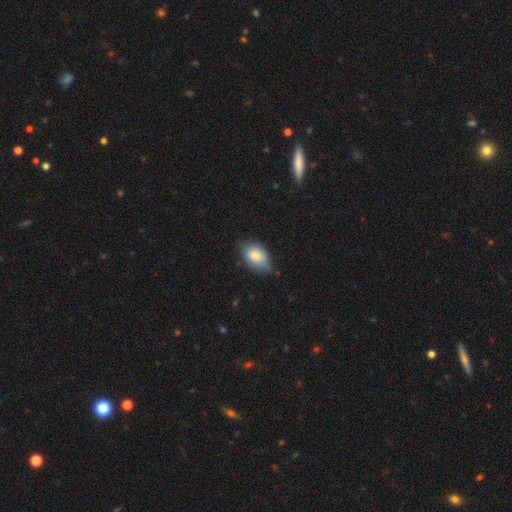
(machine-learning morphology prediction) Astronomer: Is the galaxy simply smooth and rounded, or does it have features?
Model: smooth — 84%.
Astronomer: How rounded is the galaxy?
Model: in between — 91%.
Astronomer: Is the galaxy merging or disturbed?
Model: none — 61%.